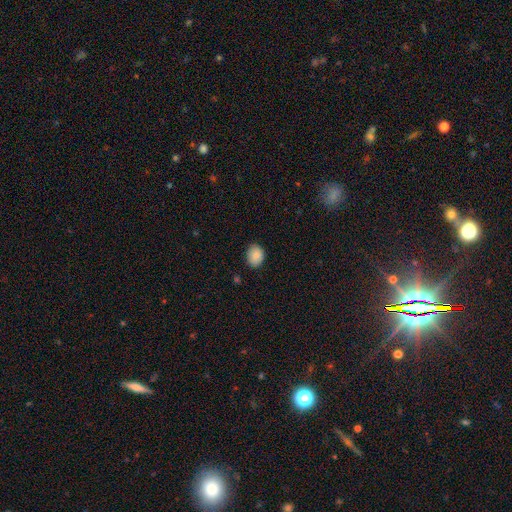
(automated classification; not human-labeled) smooth 88%, star or artifact 8%, featured or disk 4%. Down the decision tree: how rounded — in between (60%); merging — none (85%).